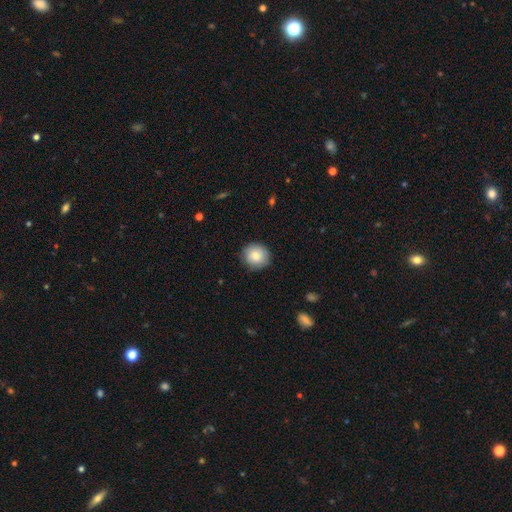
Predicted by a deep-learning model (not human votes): Morphology: type=smooth (83%); roundness=round (91%); merging=none (87%).